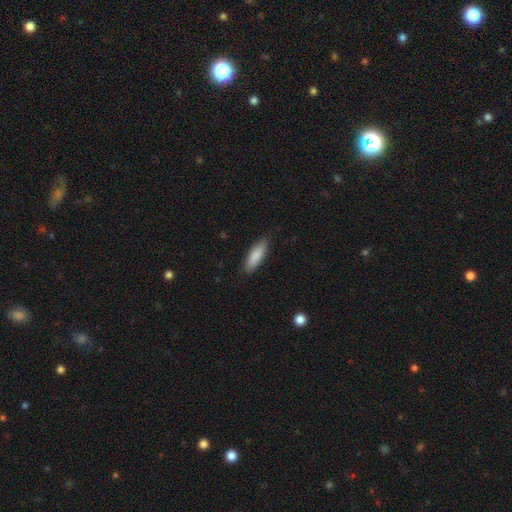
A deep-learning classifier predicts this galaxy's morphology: Smooth or featured?
  - smooth: 87% *
  - featured or disk: 7%
  - star or artifact: 6%
How rounded?
  - in between: 54% *
  - cigar-shaped: 44%
  - round: 1%
Merging?
  - none: 86% *
  - minor disturbance: 11%
  - major disturbance: 2%
  - merger: 1%